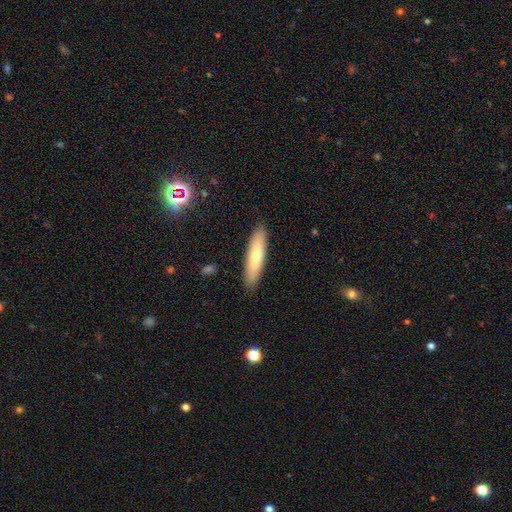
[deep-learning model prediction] A smooth galaxy with no disk features (65%) that is cigar-shaped (74%). Merging: none (88%).